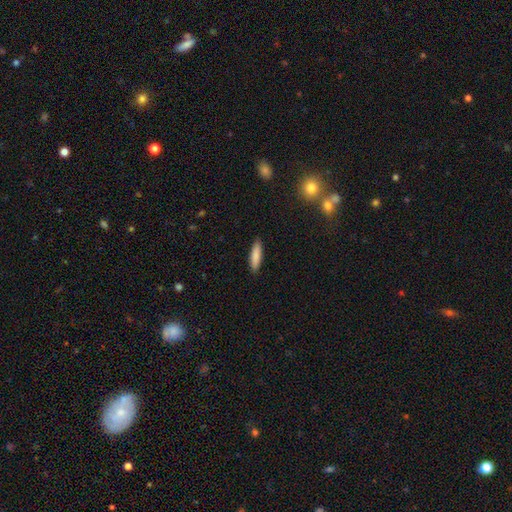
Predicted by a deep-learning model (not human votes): Smooth or featured: smooth — 85% (featured or disk — 9%)
How rounded: cigar-shaped — 74% (in between — 25%)
Merging: none — 89% (minor disturbance — 8%)